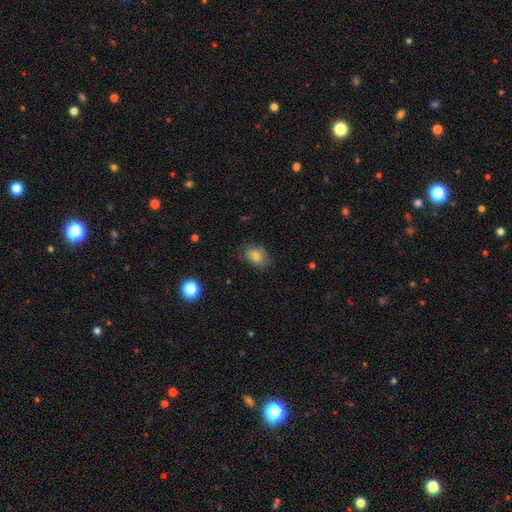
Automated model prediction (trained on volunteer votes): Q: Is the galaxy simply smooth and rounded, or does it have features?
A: smooth — 74%.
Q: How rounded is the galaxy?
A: in between — 75%.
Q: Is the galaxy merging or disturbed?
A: none — 74%.